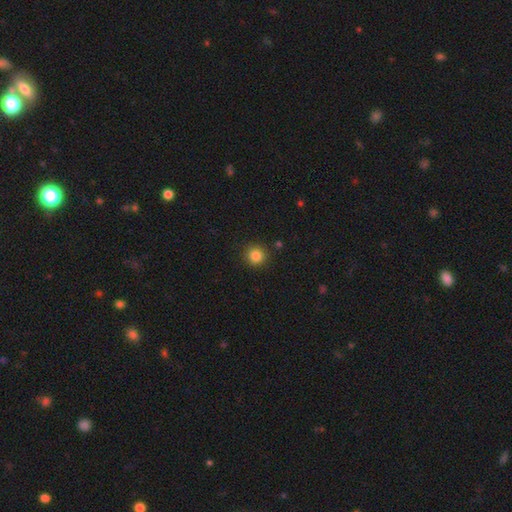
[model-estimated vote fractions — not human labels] smooth-or-featured: smooth: 85% | star or artifact: 11% | featured or disk: 4%
  how-rounded: round: 94% | in between: 5% | cigar-shaped: 1%
  merging: none: 91% | minor disturbance: 6% | major disturbance: 2% | merger: 1%